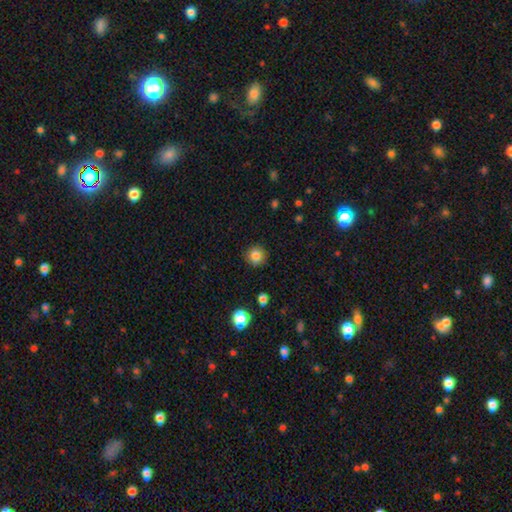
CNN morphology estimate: Overall: smooth (84%). How rounded: round (92%). Merging: none (89%).